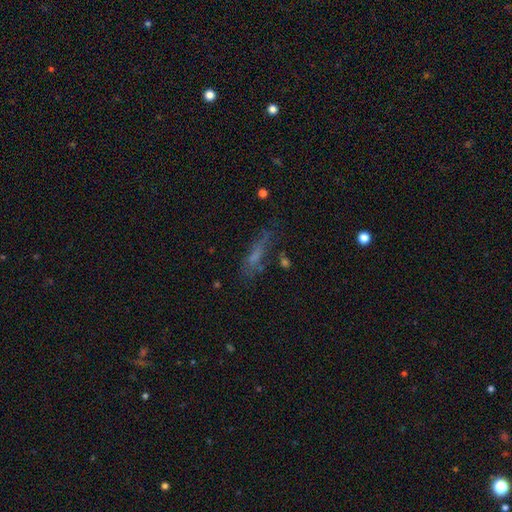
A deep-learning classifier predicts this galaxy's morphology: A smooth galaxy with no disk features (49%). Merging: none (58%).